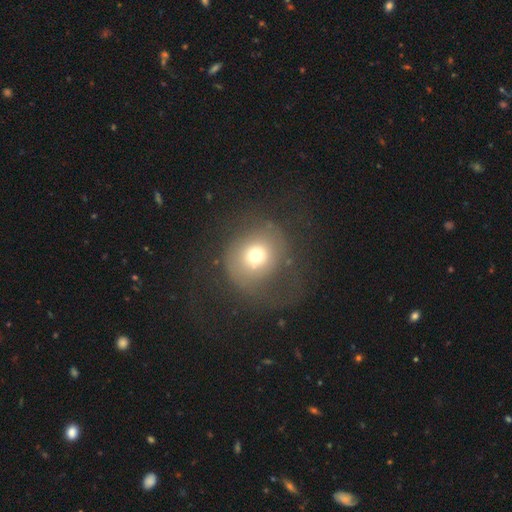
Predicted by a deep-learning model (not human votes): Morphology: type=smooth (64%); roundness=round (80%); merging=none (48%).